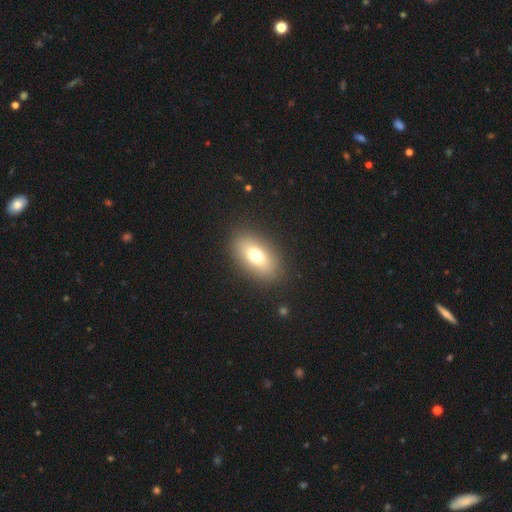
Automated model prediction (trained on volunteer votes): Smooth or featured? smooth (72%)
How rounded? in between (86%)
Merging? none (88%)